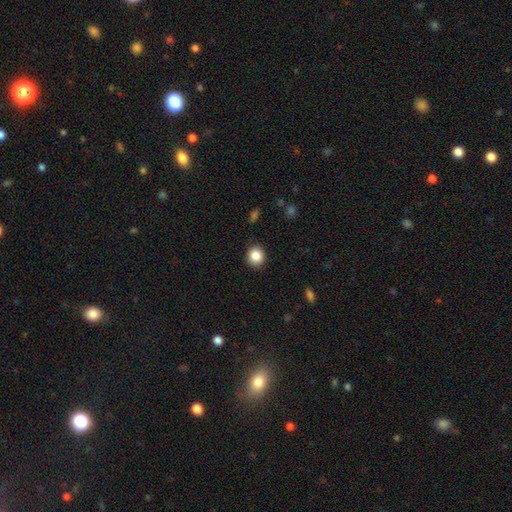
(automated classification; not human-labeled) Morphology: type=smooth (86%); roundness=round (86%); merging=none (90%).